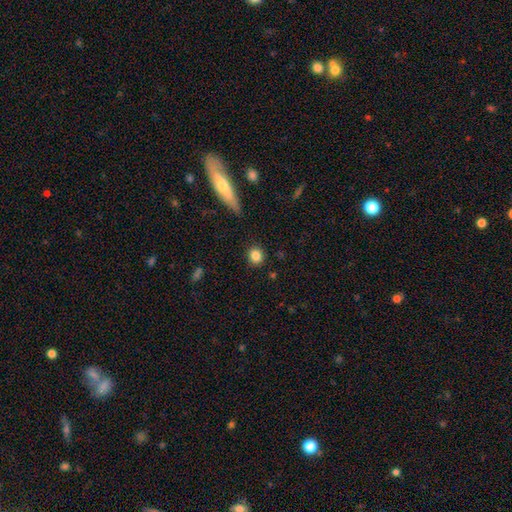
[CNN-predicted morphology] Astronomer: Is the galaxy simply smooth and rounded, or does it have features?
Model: smooth — 85%.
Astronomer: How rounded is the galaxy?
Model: round — 84%.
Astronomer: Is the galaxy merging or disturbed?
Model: none — 89%.